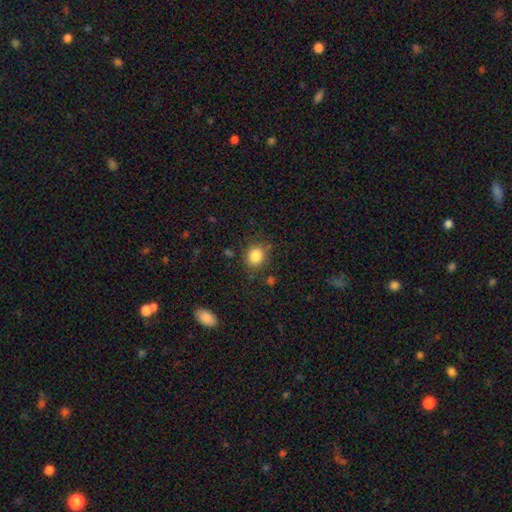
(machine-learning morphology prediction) The model was most divided on "how rounded": round: 75%, in between: 24%, cigar-shaped: 1%. More confident: smooth or featured — smooth (84%); merging — none (79%).